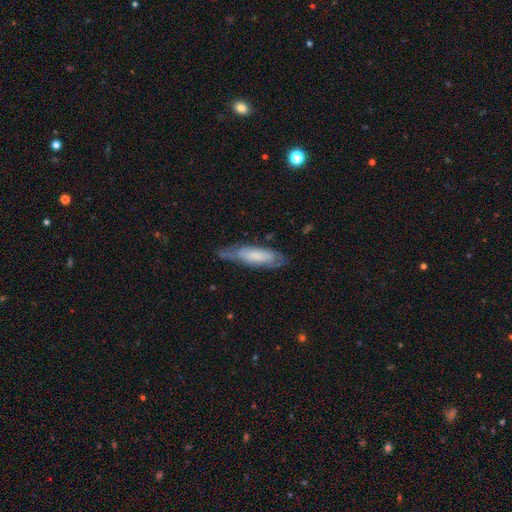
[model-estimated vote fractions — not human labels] smooth_or_featured: smooth (p=0.47) [alt: featured or disk p=0.46]
merging: none (p=0.63) [alt: minor disturbance p=0.26]